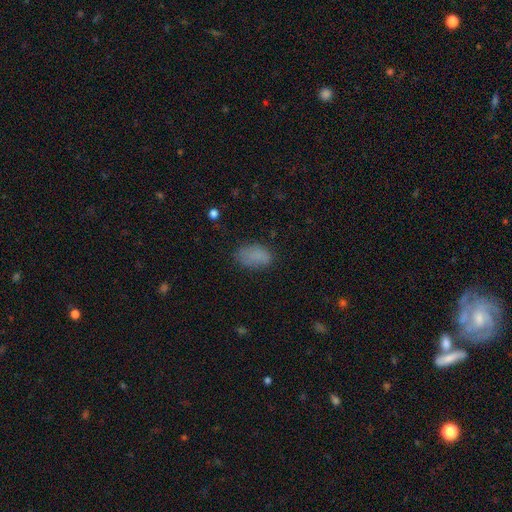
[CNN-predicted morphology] Overall: smooth (82%). How rounded: in between (91%). Merging: none (70%).